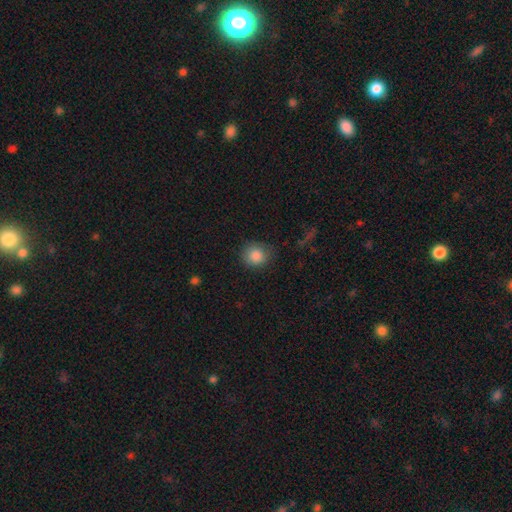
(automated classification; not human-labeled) smooth_or_featured: smooth (p=0.86) [alt: star or artifact p=0.09]
how_rounded: round (p=0.82) [alt: in between p=0.17]
merging: none (p=0.74) [alt: minor disturbance p=0.19]